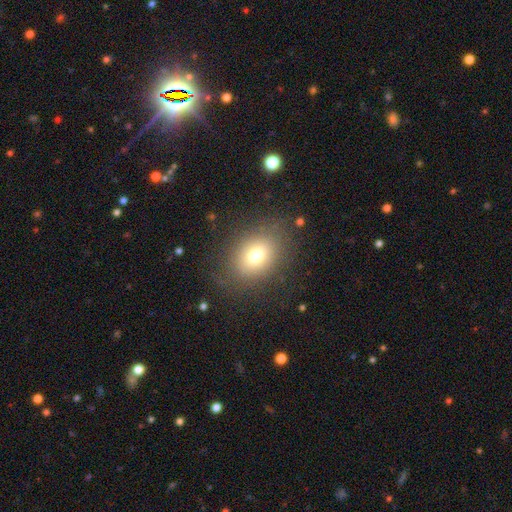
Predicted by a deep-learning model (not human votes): smooth_or_featured: smooth (p=0.73) [alt: featured or disk p=0.14]
how_rounded: in between (p=0.59) [alt: round p=0.39]
merging: none (p=0.79) [alt: minor disturbance p=0.13]